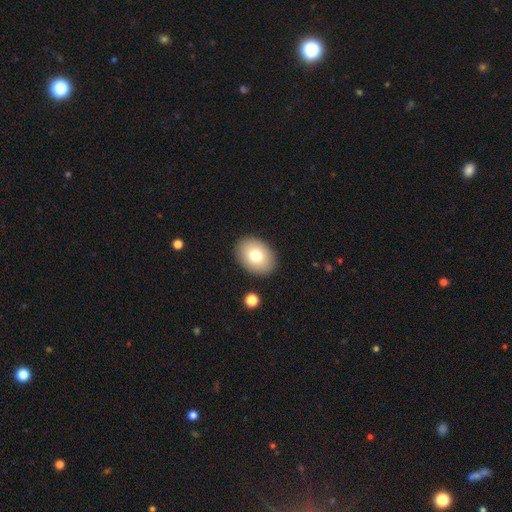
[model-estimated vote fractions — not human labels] This appears to be a smooth galaxy with no disk features (77%) that is in between round and cigar-shaped (77%). Merging: none (89%).